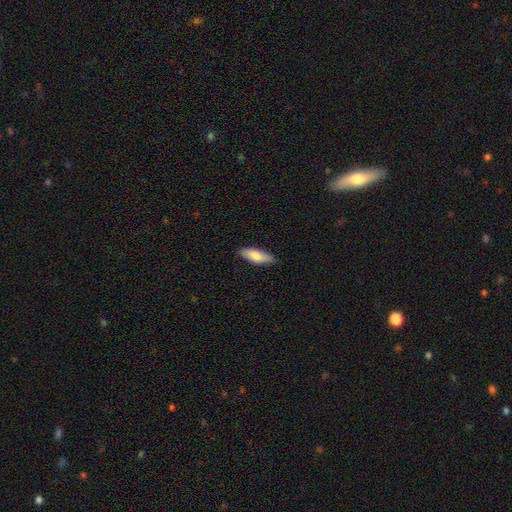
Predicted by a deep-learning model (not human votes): The model was most divided on "how rounded": in between: 62%, cigar-shaped: 36%, round: 2%. More confident: smooth or featured — smooth (82%); merging — none (81%).